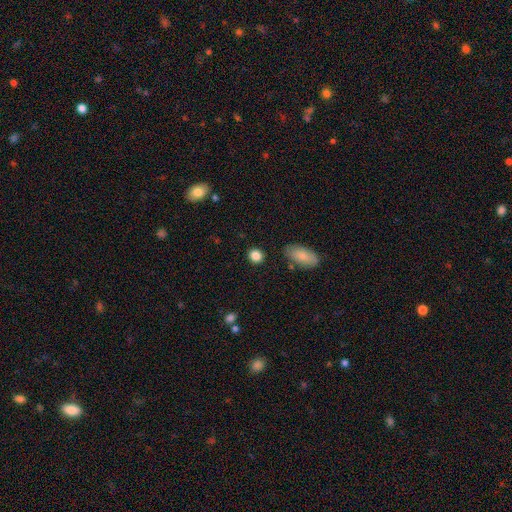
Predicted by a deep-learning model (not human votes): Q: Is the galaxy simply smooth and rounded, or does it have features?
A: smooth — 86%.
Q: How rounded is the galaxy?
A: round — 78%.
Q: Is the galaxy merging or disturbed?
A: none — 87%.